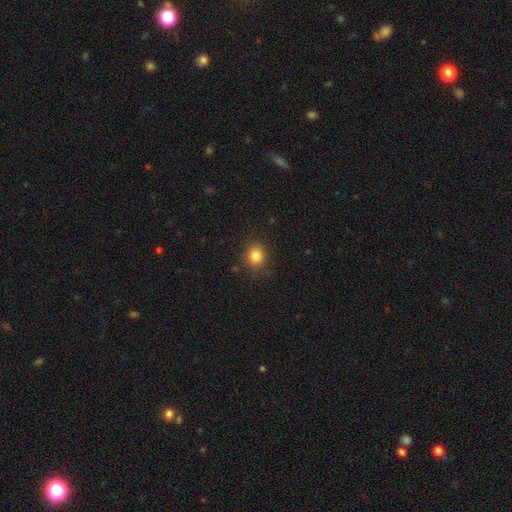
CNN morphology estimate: smooth_or_featured: smooth (p=0.83) [alt: star or artifact p=0.11]
how_rounded: round (p=0.81) [alt: in between p=0.18]
merging: none (p=0.84) [alt: minor disturbance p=0.11]